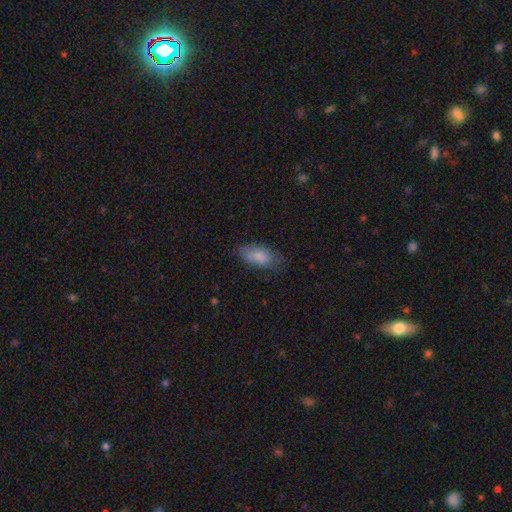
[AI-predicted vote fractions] The model was most divided on "merging": none: 67%, minor disturbance: 24%, major disturbance: 7%, merger: 1%. More confident: how rounded — in between (88%); smooth or featured — smooth (76%).